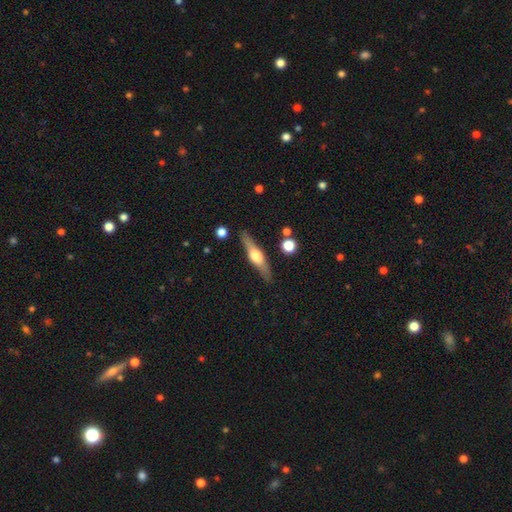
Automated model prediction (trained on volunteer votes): This appears to be a featured or disk galaxy (65%) viewed edge-on (95%) with a rounded central bulge (92%). Merging: none (86%).